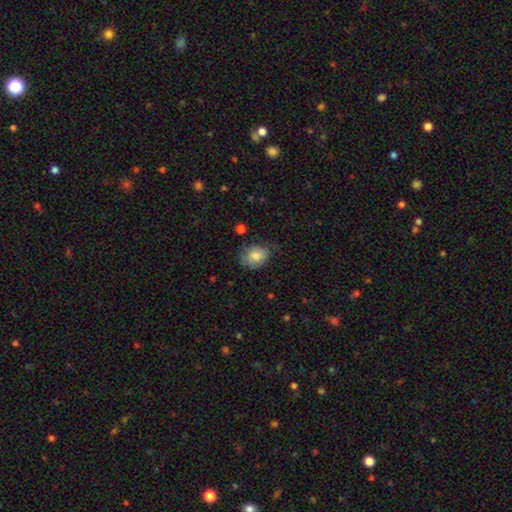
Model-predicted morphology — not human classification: smooth_or_featured: smooth (p=0.79) [alt: featured or disk p=0.13]
how_rounded: in between (p=0.57) [alt: round p=0.42]
merging: none (p=0.62) [alt: minor disturbance p=0.28]